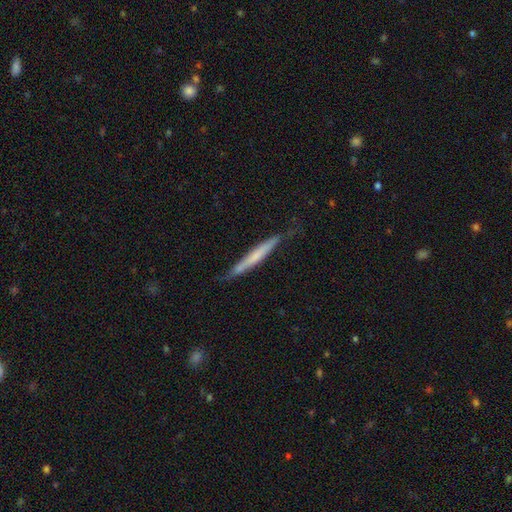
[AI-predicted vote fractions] Smooth or featured: smooth — 48% (featured or disk — 47%)
Merging: none — 73% (minor disturbance — 21%)